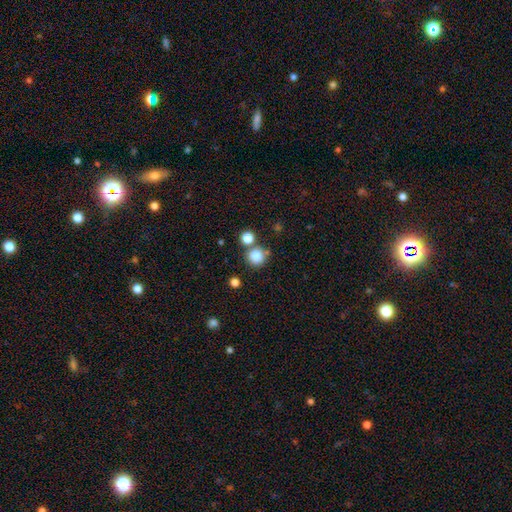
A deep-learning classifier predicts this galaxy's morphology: Smooth or featured: smooth — 81% (star or artifact — 13%)
How rounded: round — 93% (in between — 7%)
Merging: none — 73% (merger — 16%)